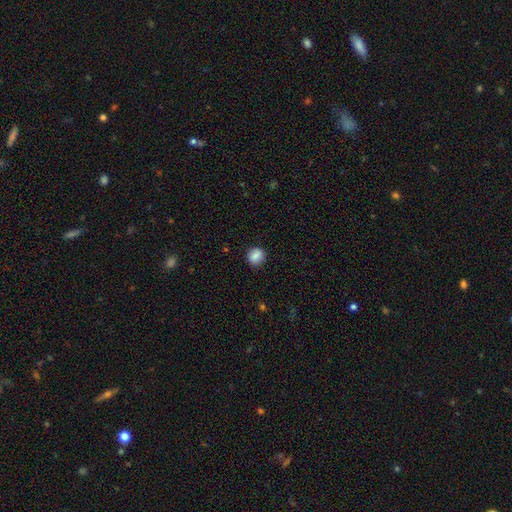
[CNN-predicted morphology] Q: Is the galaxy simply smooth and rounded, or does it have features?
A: smooth — 85%.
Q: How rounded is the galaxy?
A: round — 79%.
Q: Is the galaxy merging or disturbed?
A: none — 86%.